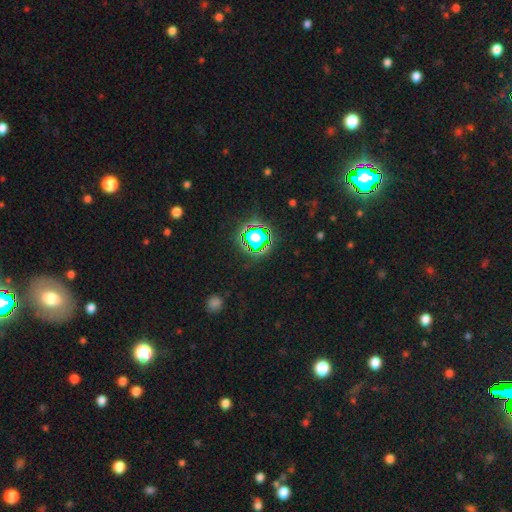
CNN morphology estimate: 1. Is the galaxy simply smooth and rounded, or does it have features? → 78% star or artifact, 14% smooth, 7% featured or disk.